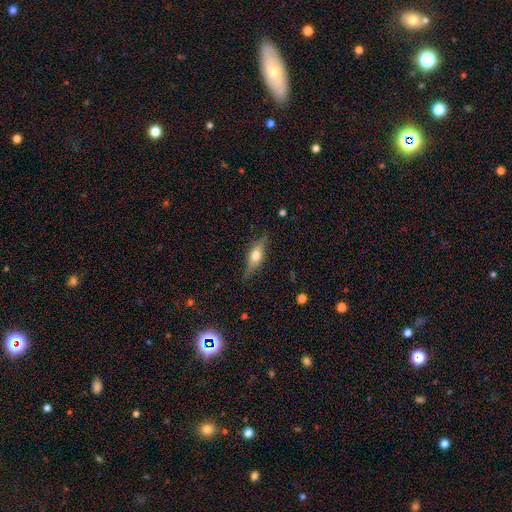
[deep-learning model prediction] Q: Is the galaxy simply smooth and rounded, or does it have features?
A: featured or disk — 58%.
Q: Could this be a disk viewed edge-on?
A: yes — 91%.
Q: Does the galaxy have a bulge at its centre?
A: rounded — 93%.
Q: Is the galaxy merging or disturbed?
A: none — 82%.